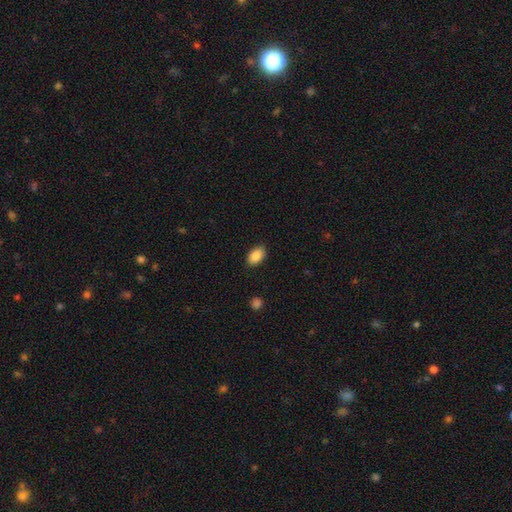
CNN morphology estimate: A smooth galaxy with no disk features (87%) that is in between round and cigar-shaped (92%).

Vote fractions:
- Smooth or featured? smooth: 87% / star or artifact: 7% / featured or disk: 6%
- How rounded? in between: 92% / round: 7% / cigar-shaped: 1%
- Merging? none: 88% / minor disturbance: 9% / major disturbance: 2% / merger: 1%